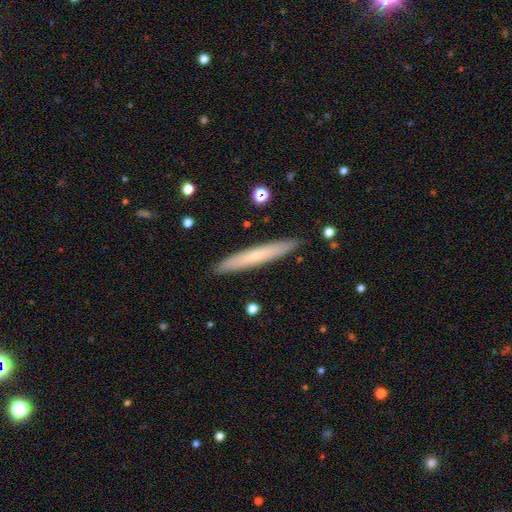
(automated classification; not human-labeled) The model was most divided on "smooth or featured": smooth: 59%, featured or disk: 36%, star or artifact: 6%. More confident: how rounded — cigar-shaped (95%); merging — none (91%).